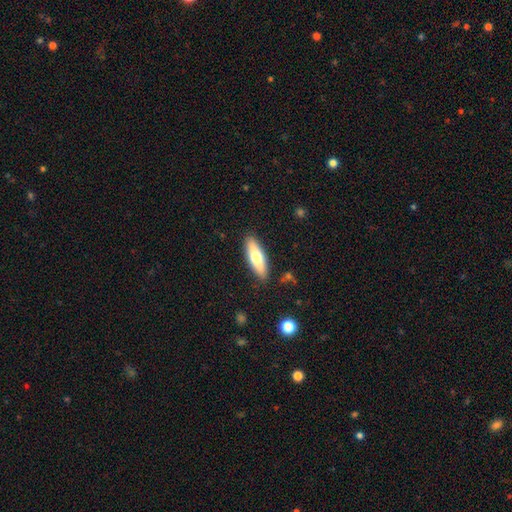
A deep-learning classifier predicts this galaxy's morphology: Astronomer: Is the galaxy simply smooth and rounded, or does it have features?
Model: smooth — 61%.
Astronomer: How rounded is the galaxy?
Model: cigar-shaped — 54% (runner-up: in between, 44%).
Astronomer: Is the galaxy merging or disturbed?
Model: none — 88%.